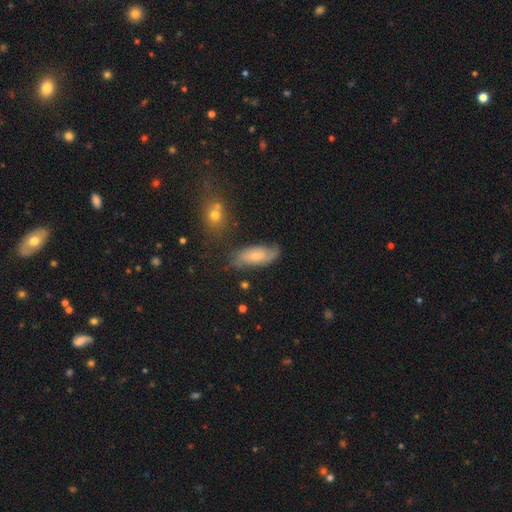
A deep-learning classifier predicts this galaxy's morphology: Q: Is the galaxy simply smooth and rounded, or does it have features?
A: smooth — 50%.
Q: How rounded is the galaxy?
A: in between — 80%.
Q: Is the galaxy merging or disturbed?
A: none — 64%.